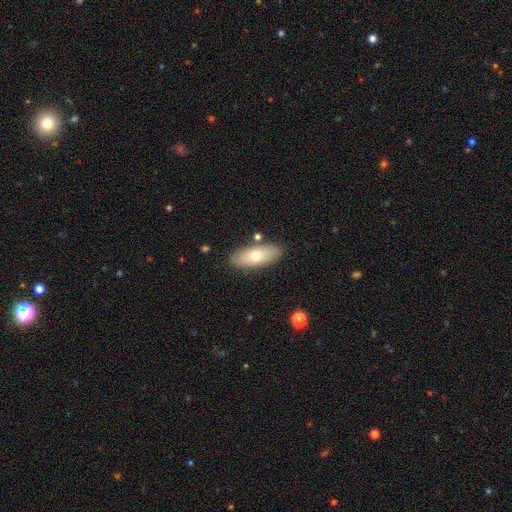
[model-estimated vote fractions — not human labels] smooth_or_featured: smooth (p=0.68) [alt: featured or disk p=0.26]
how_rounded: in between (p=0.79) [alt: cigar-shaped p=0.19]
merging: none (p=0.83) [alt: minor disturbance p=0.10]